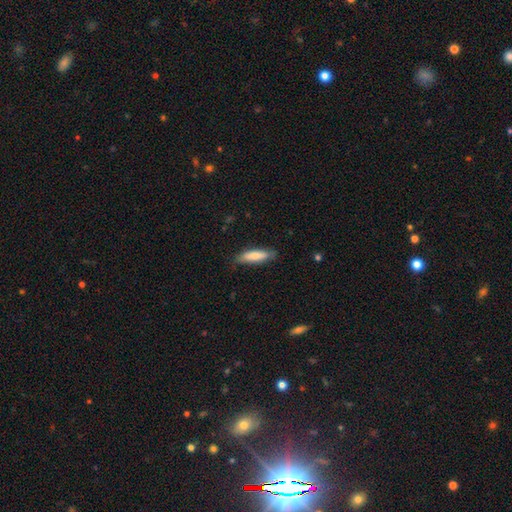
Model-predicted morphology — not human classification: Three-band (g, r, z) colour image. It shows a smooth galaxy with no disk features (80%) that is cigar-shaped (67%). Merging: none (79%).